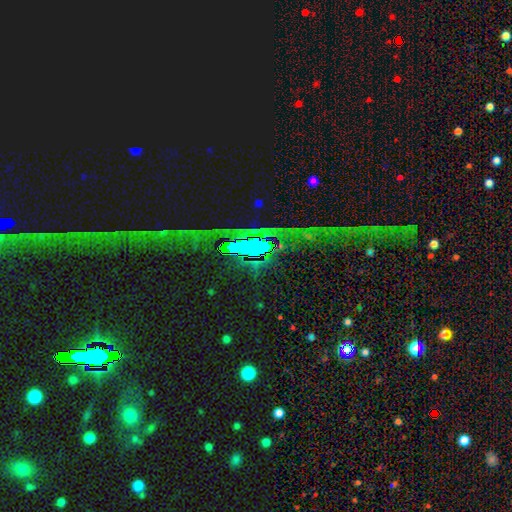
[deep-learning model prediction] A star or artifact, not a galaxy (77%).